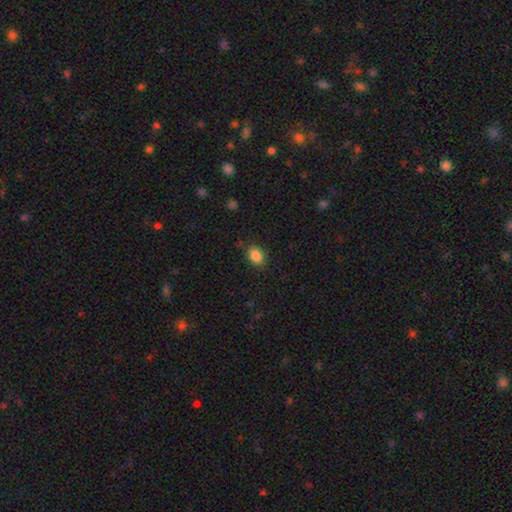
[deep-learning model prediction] Smooth or featured: smooth — 86% (star or artifact — 9%)
How rounded: in between — 68% (round — 31%)
Merging: none — 82% (minor disturbance — 13%)